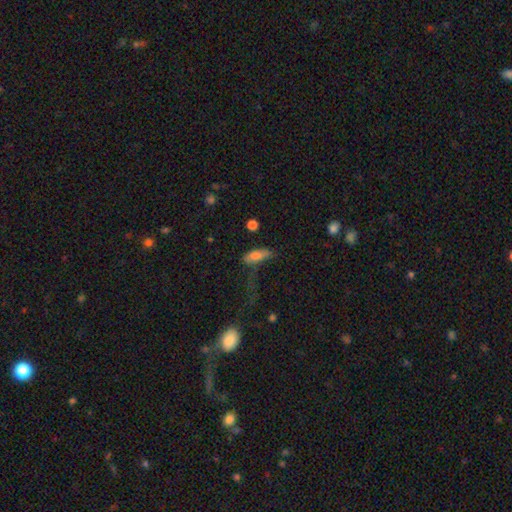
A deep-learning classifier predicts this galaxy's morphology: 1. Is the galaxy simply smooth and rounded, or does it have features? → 77% smooth, 13% featured or disk, 10% star or artifact.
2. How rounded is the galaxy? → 66% in between, 30% cigar-shaped, 4% round.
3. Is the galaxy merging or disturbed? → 43% none, 29% minor disturbance, 21% major disturbance, 7% merger.